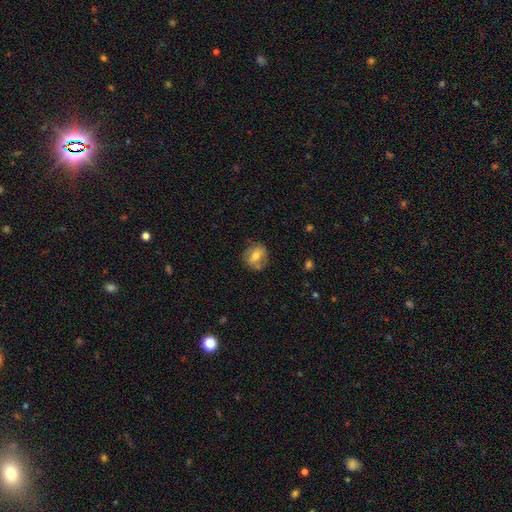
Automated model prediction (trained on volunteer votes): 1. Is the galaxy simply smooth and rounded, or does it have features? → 63% smooth, 28% featured or disk, 8% star or artifact.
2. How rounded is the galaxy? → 68% round, 30% in between, 1% cigar-shaped.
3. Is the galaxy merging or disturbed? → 72% none, 19% minor disturbance, 6% major disturbance, 4% merger.